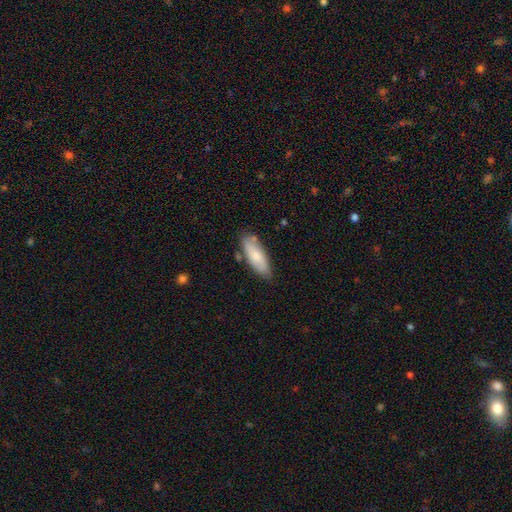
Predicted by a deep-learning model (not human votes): Morphology: type=smooth (75%); roundness=in between (67%); merging=none (77%).